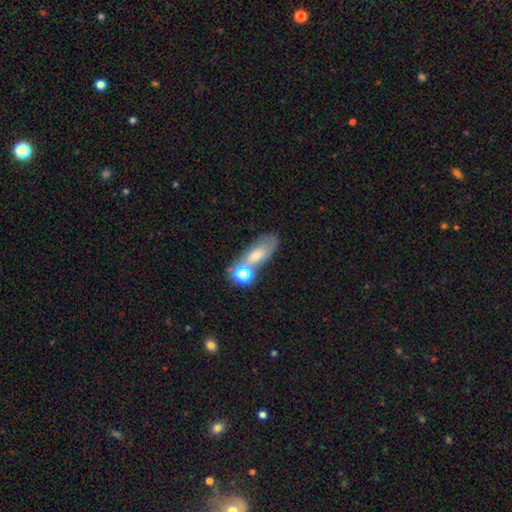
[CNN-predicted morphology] smooth-or-featured: smooth: 56% | featured or disk: 28% | star or artifact: 15%
  how-rounded: in between: 70% | cigar-shaped: 15% | round: 14%
  merging: none: 40% | merger: 32% | minor disturbance: 17% | major disturbance: 11%